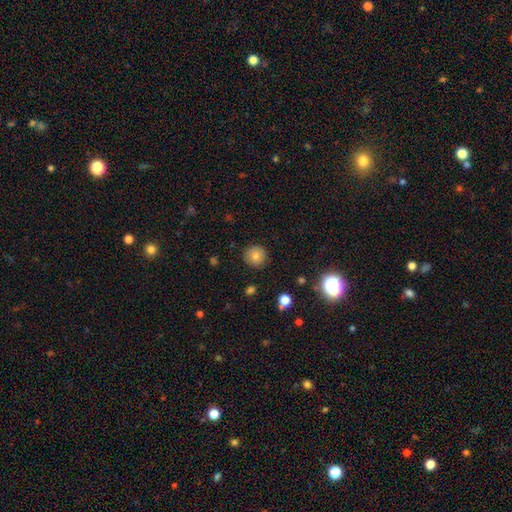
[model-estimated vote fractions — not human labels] A smooth galaxy with no disk features (77%) that is round (94%). Merging: none (88%).